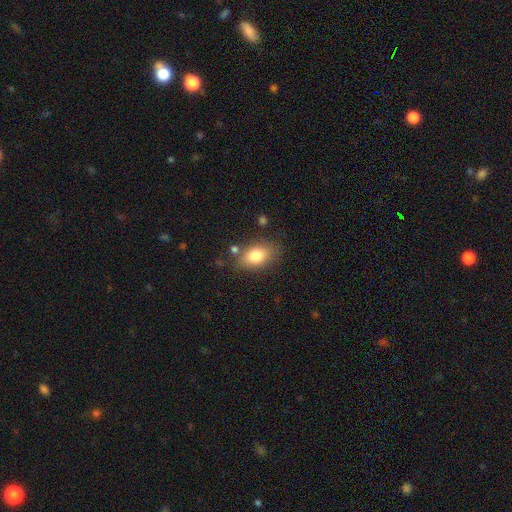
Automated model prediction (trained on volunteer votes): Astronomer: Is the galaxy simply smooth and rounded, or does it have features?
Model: smooth — 79%.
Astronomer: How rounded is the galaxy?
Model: in between — 82%.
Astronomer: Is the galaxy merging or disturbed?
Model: none — 76%.